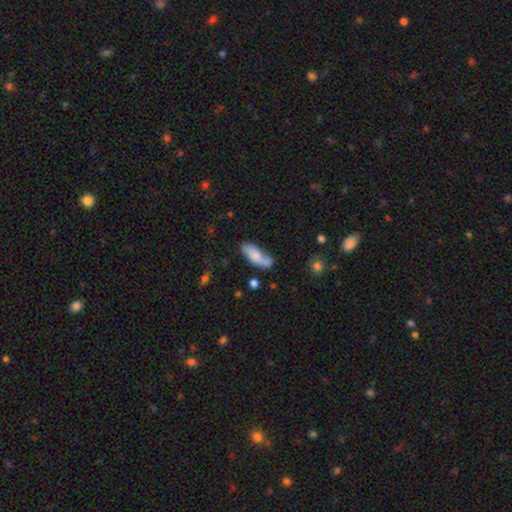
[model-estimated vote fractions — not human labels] smooth 67%, featured or disk 26%, star or artifact 7%. Down the decision tree: how rounded — in between (69%); merging — none (50%).